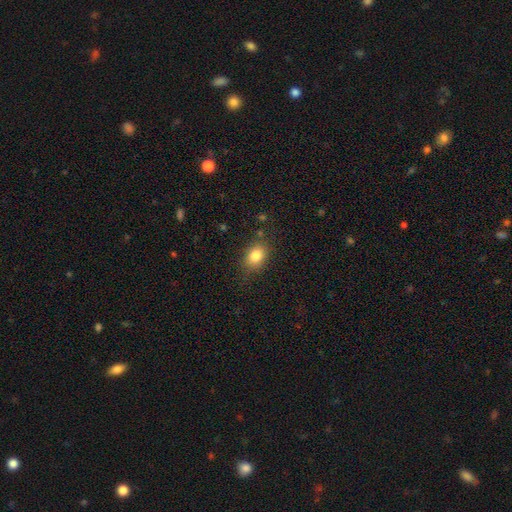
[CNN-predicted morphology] This is clearly a smooth galaxy (82%). How rounded: likely in between (63%). Merging: likely none (80%).